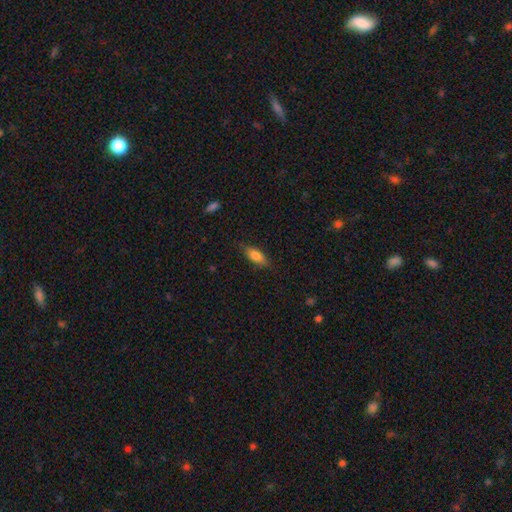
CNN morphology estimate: Overall: smooth (78%). How rounded: in between (75%). Merging: none (79%).